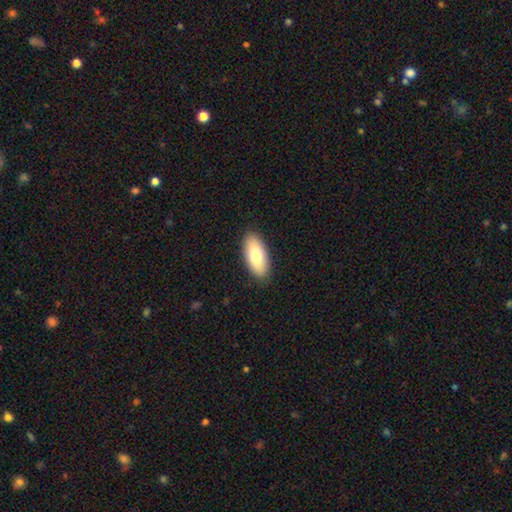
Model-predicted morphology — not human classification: type=smooth (78%); roundness=in between (89%); merging=none (89%).